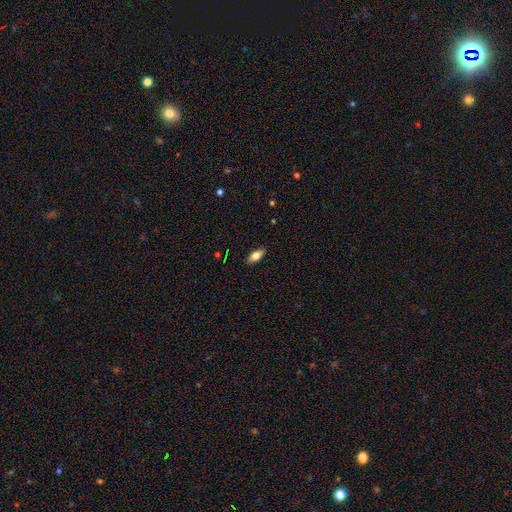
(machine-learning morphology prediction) Smooth or featured? smooth (73%)
How rounded? in between (84%)
Merging? none (88%)